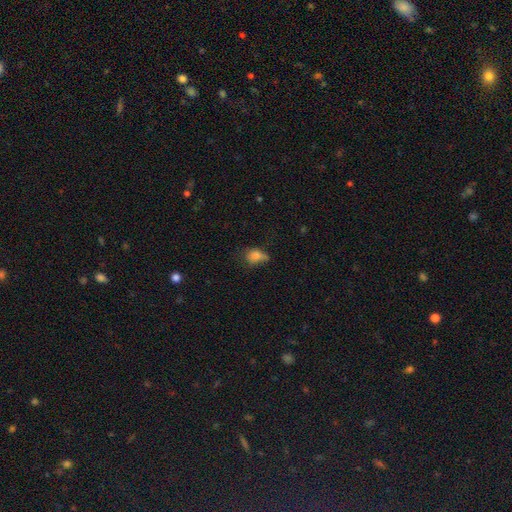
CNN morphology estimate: smooth-or-featured: smooth: 78% | star or artifact: 11% | featured or disk: 11%
  how-rounded: in between: 71% | round: 26% | cigar-shaped: 2%
  merging: minor disturbance: 38% | none: 36% | major disturbance: 22% | merger: 4%